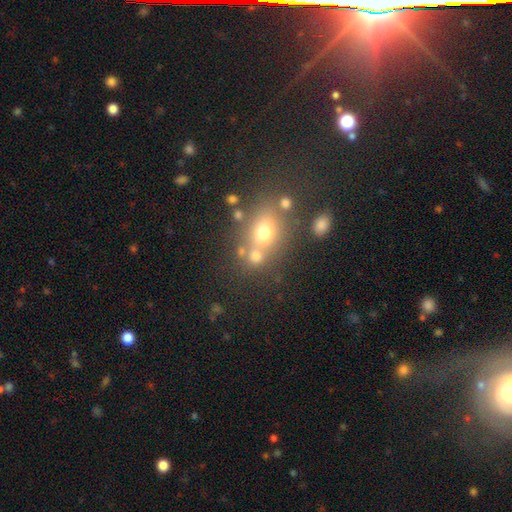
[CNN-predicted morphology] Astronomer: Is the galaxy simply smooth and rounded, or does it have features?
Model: smooth — 65%.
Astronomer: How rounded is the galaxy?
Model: round — 66%.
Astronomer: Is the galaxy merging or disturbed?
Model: none — 56%.